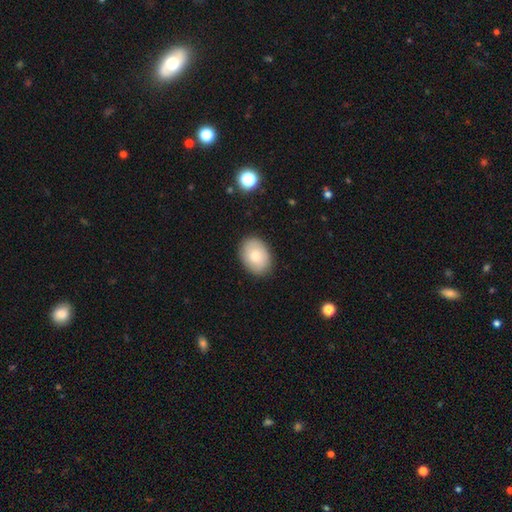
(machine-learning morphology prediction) Smooth or featured? smooth (82%)
How rounded? in between (77%)
Merging? none (88%)